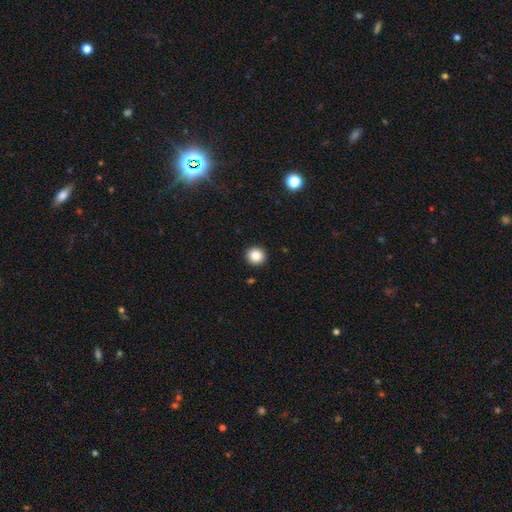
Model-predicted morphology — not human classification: Smooth or featured?
  - smooth: 87% *
  - star or artifact: 10%
  - featured or disk: 4%
How rounded?
  - round: 93% *
  - in between: 6%
  - cigar-shaped: 1%
Merging?
  - none: 93% *
  - minor disturbance: 5%
  - major disturbance: 2%
  - merger: 1%